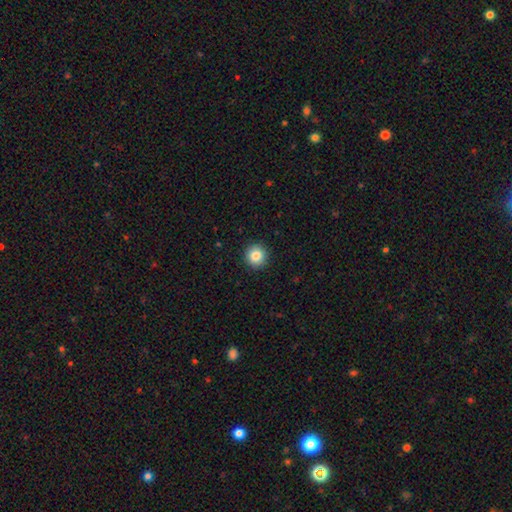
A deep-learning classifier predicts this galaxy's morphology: This is clearly a smooth galaxy (85%). How rounded: clearly round (94%). Merging: clearly none (93%).